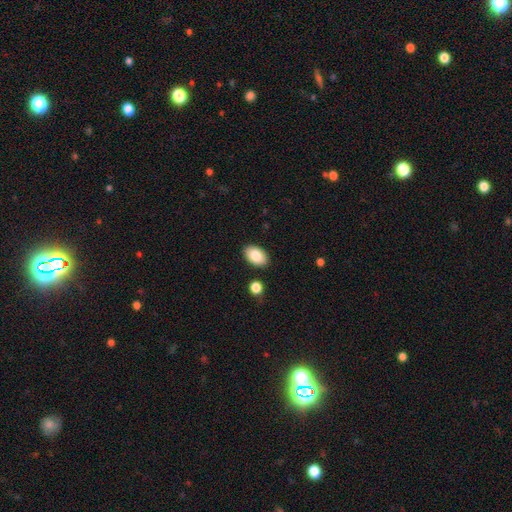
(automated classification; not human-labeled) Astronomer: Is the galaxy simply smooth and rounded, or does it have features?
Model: smooth — 86%.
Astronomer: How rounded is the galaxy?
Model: in between — 92%.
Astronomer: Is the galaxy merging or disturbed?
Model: none — 88%.